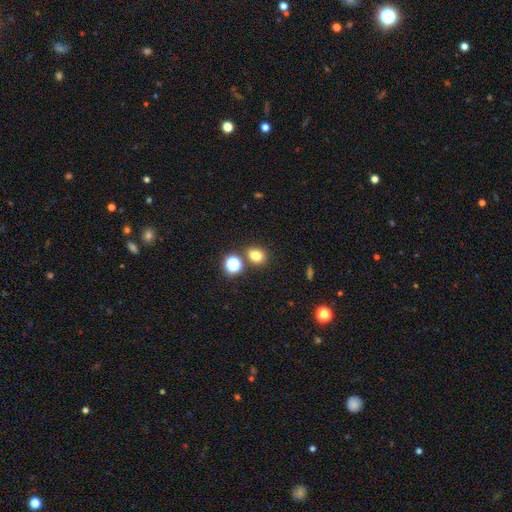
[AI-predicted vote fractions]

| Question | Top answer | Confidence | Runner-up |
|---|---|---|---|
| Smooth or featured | smooth | 77% | star or artifact (17%) |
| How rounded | round | 56% | in between (43%) |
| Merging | none | 73% | merger (13%) |